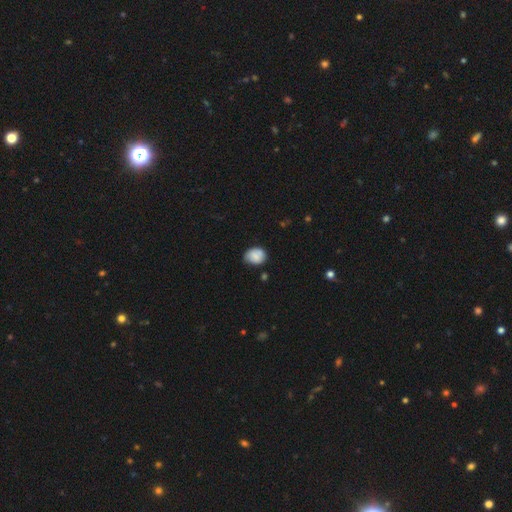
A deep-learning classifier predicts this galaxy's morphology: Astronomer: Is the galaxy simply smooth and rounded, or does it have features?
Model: smooth — 79%.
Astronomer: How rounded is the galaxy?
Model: in between — 52% (runner-up: round, 47%).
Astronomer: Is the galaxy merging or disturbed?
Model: none — 65%.